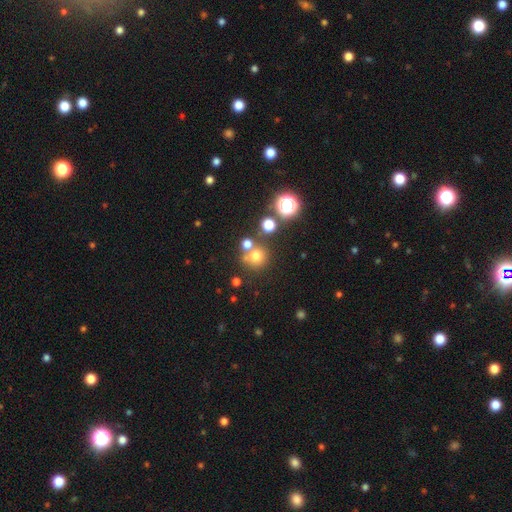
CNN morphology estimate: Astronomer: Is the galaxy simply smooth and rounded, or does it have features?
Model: smooth — 68%.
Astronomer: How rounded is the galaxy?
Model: round — 91%.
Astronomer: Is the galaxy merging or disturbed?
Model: none — 66%.